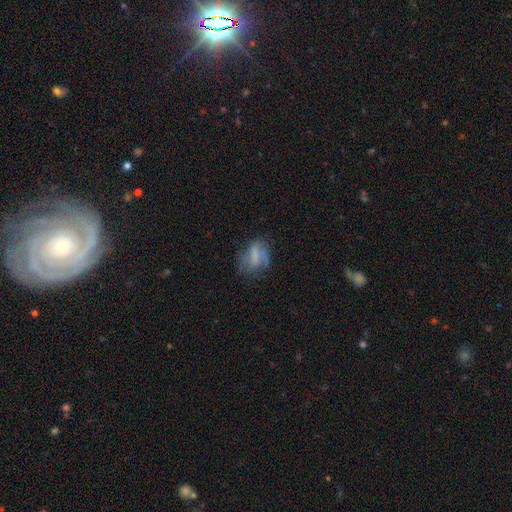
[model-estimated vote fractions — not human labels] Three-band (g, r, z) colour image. It shows a smooth galaxy with no disk features (49%). Merging: none (44%).